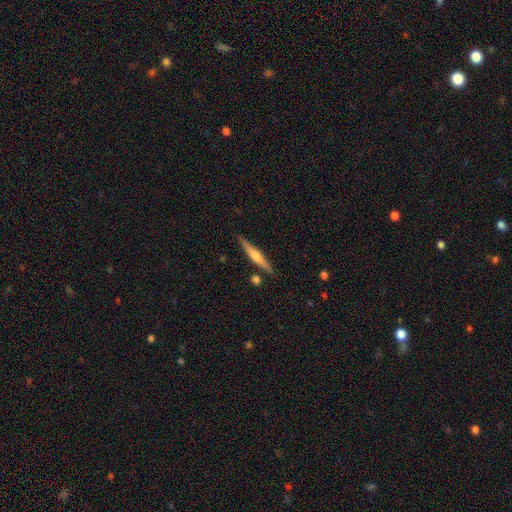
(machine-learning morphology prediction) Smooth or featured? featured or disk (59%)
Edge-on disk? yes (97%)
Edge-on bulge? rounded (79%)
Merging? none (86%)